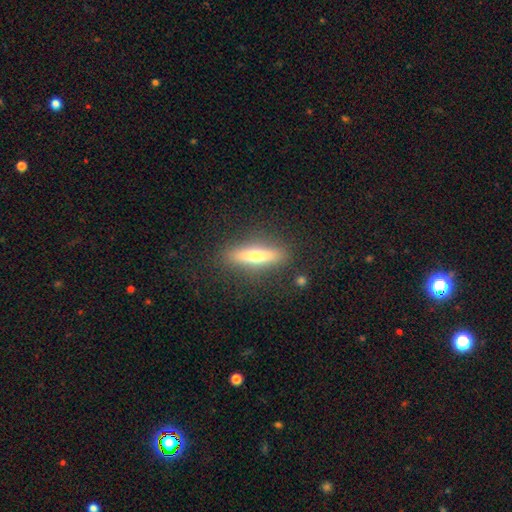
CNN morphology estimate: smooth 49%, featured or disk 44%, star or artifact 7%. Down the decision tree: merging — none (87%).